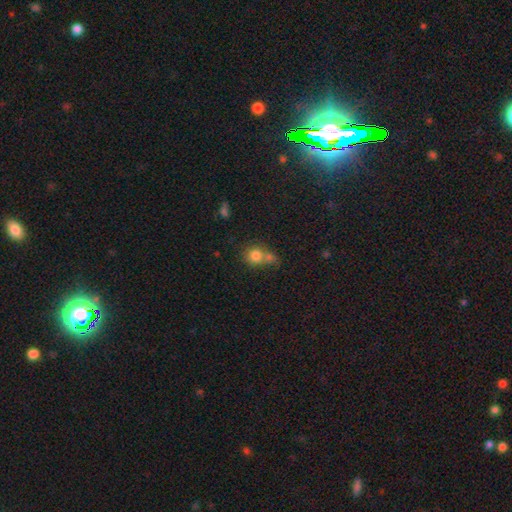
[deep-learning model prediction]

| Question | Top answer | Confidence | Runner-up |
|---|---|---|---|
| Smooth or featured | smooth | 78% | star or artifact (11%) |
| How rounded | round | 79% | in between (20%) |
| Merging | merger | 47% | none (37%) |